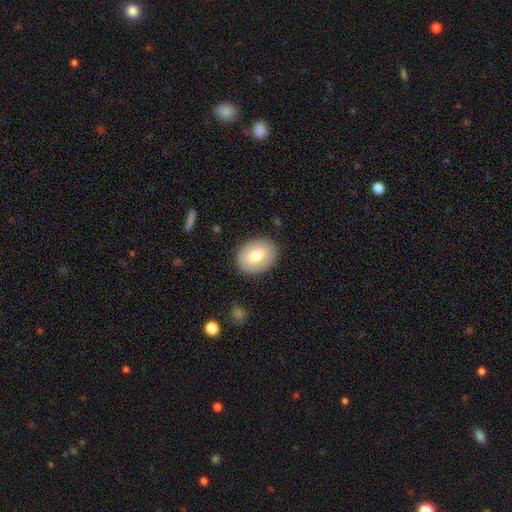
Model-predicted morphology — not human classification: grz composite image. It shows a smooth galaxy with no disk features (71%) that is in between round and cigar-shaped (66%). Merging: none (87%).